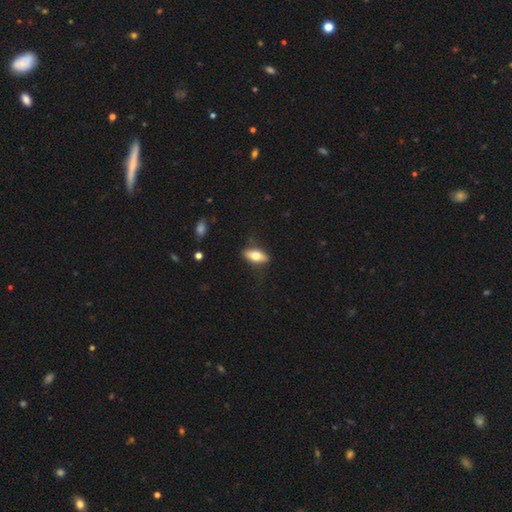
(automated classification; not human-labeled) smooth_or_featured: smooth (p=0.67) [alt: featured or disk p=0.27]
how_rounded: in between (p=0.78) [alt: cigar-shaped p=0.18]
merging: none (p=0.81) [alt: minor disturbance p=0.14]